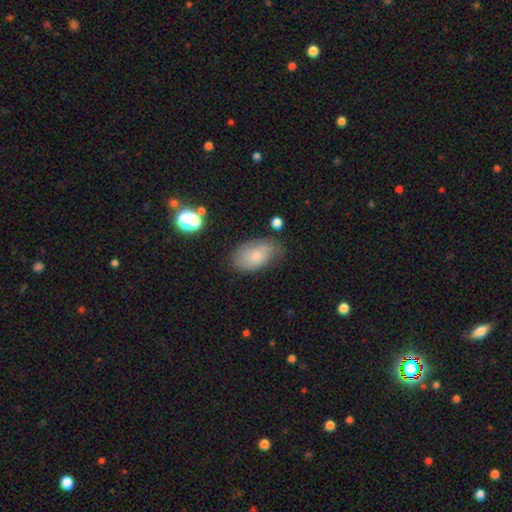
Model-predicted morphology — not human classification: Smooth or featured? smooth (69%)
How rounded? in between (90%)
Merging? none (62%)